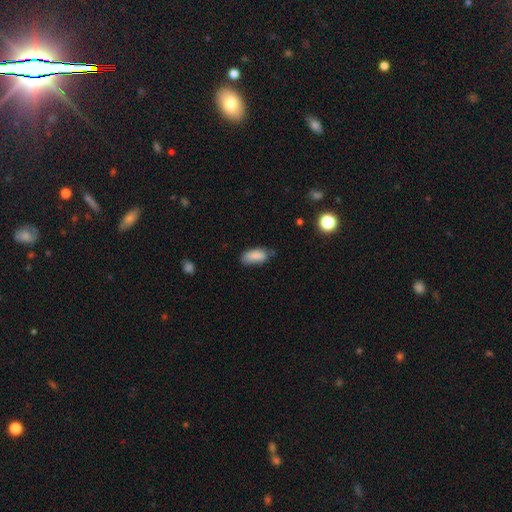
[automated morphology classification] Smooth or featured? smooth (87%)
How rounded? in between (86%)
Merging? none (63%)